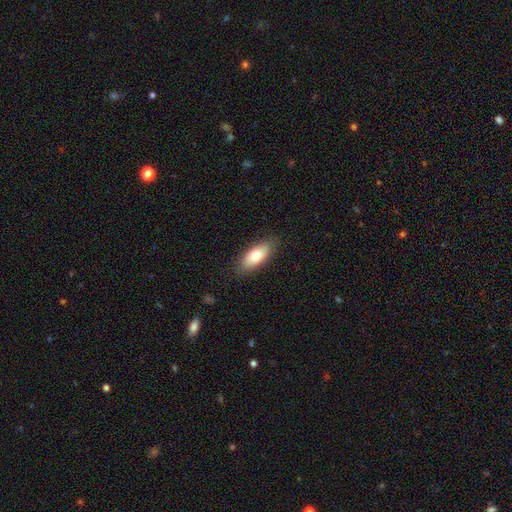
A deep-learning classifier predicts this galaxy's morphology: This appears to be a smooth galaxy with no disk features (74%) that is in between round and cigar-shaped (83%). Merging: none (86%).